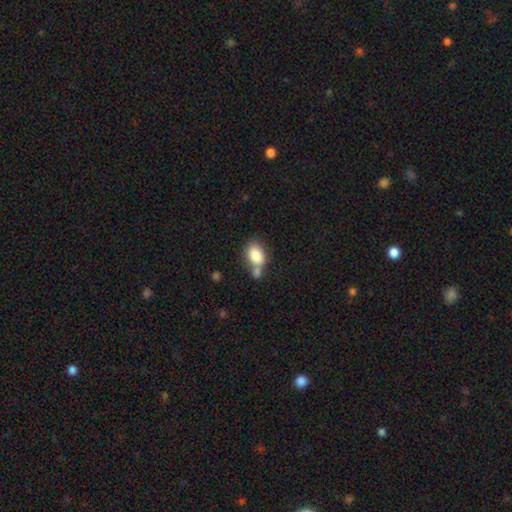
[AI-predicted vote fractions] A smooth galaxy with no disk features (82%) that is in between round and cigar-shaped (74%). Merging: none (40%, tied with merger).